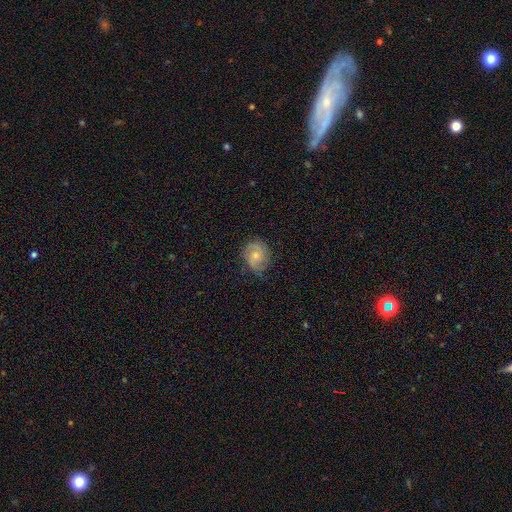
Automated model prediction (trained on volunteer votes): smooth 49%, featured or disk 43%, star or artifact 8%. Down the decision tree: merging — none (70%).